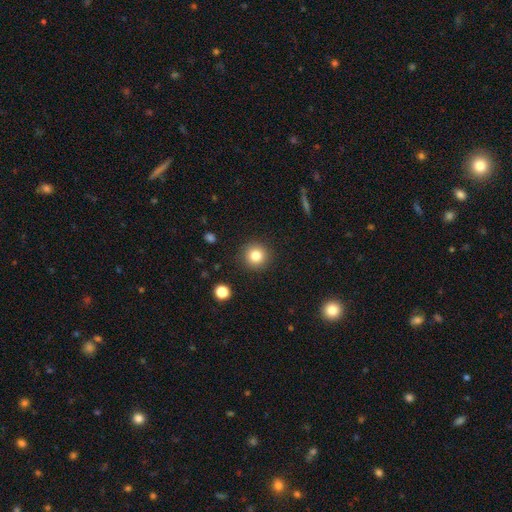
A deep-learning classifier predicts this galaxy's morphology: The model was most divided on "smooth or featured": smooth: 81%, star or artifact: 12%, featured or disk: 7%. More confident: how rounded — round (94%); merging — none (91%).